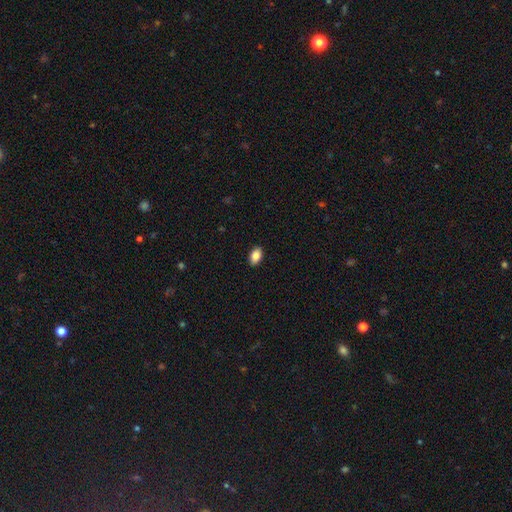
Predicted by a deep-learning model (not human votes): smooth_or_featured: smooth (p=0.87) [alt: star or artifact p=0.07]
how_rounded: in between (p=0.91) [alt: round p=0.07]
merging: none (p=0.90) [alt: minor disturbance p=0.08]